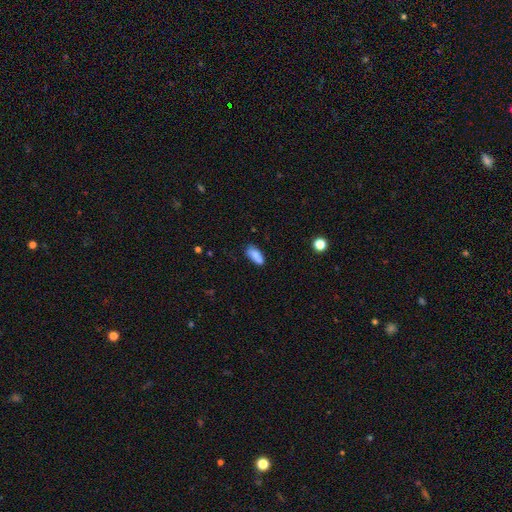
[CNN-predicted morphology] smooth_or_featured: smooth (p=0.83) [alt: featured or disk p=0.09]
how_rounded: in between (p=0.84) [alt: cigar-shaped p=0.13]
merging: none (p=0.66) [alt: minor disturbance p=0.24]